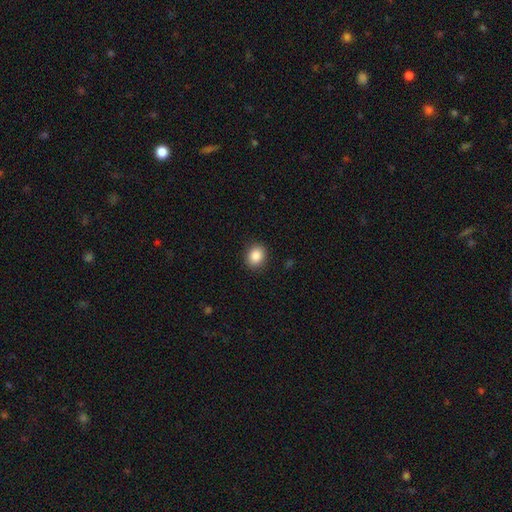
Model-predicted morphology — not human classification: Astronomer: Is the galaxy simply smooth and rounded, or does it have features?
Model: smooth — 87%.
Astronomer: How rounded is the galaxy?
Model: round — 54% (runner-up: in between, 46%).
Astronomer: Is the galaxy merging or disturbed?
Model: none — 89%.